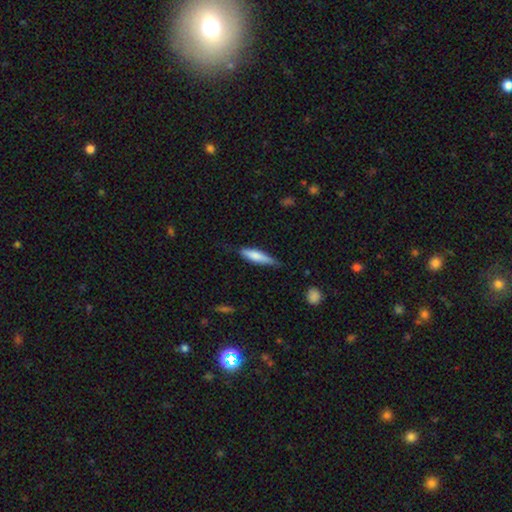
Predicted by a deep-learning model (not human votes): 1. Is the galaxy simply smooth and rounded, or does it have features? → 70% smooth, 25% featured or disk, 5% star or artifact.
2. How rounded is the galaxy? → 75% cigar-shaped, 23% in between, 2% round.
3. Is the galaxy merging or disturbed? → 69% none, 25% minor disturbance, 4% major disturbance, 2% merger.